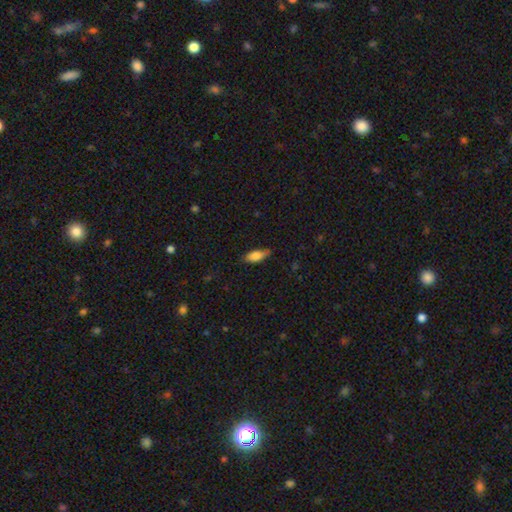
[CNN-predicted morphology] smooth-or-featured: smooth: 79% | featured or disk: 14% | star or artifact: 7%
  how-rounded: in between: 76% | cigar-shaped: 22% | round: 3%
  merging: none: 70% | minor disturbance: 24% | major disturbance: 4% | merger: 1%